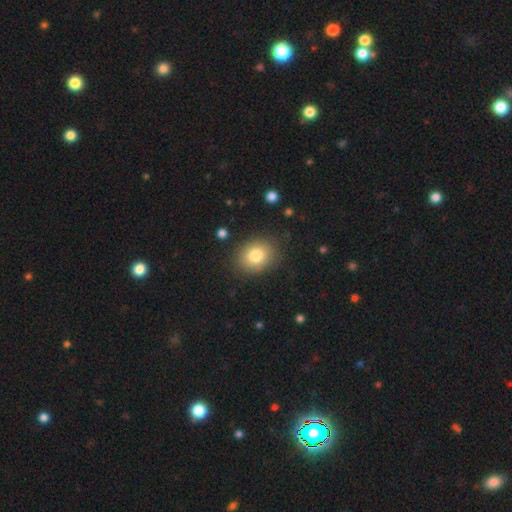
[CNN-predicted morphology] Overall: smooth (80%). How rounded: round (51%; in between 48%). Merging: none (85%).